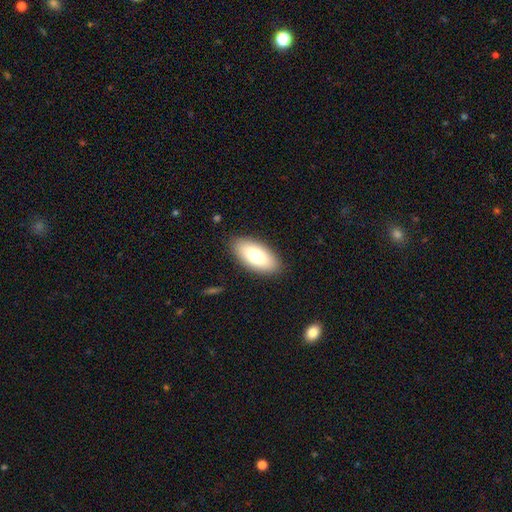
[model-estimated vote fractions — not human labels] This is likely a smooth galaxy (78%). How rounded: clearly in between (91%). Merging: clearly none (88%).